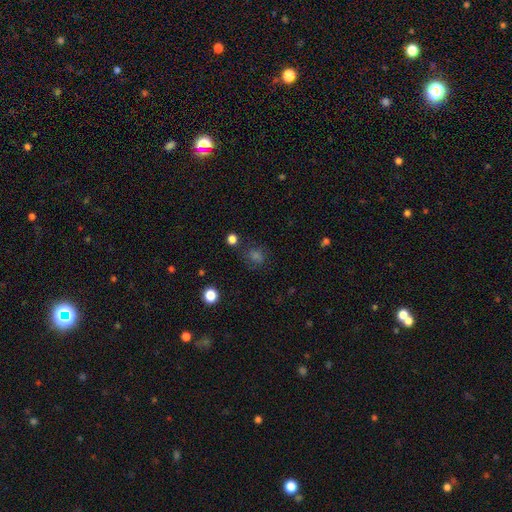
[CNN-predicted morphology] This appears to be a smooth galaxy with no disk features (55%) that is round (76%). Merging: none (75%).